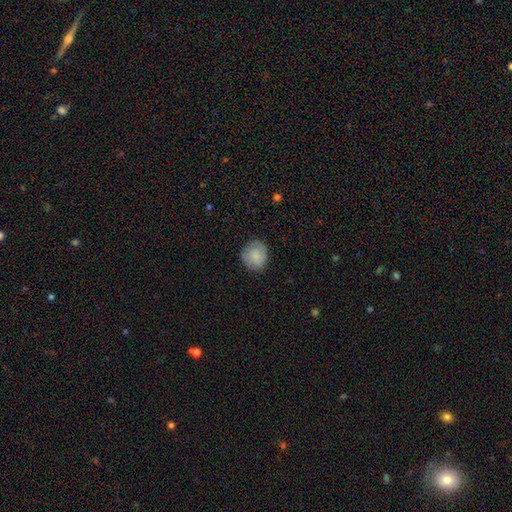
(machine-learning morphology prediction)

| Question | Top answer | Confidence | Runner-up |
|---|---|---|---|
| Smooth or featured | smooth | 76% | featured or disk (17%) |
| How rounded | round | 82% | in between (17%) |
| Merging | none | 78% | minor disturbance (16%) |